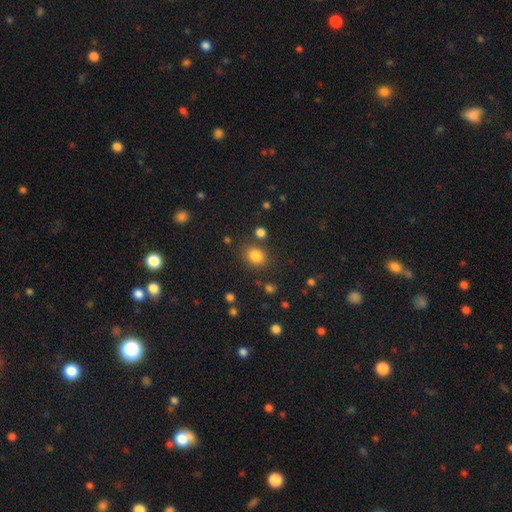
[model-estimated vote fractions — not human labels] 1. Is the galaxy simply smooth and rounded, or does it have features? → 83% smooth, 12% star or artifact, 5% featured or disk.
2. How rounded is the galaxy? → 61% round, 38% in between, 1% cigar-shaped.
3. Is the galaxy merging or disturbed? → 80% none, 11% minor disturbance, 6% merger, 4% major disturbance.